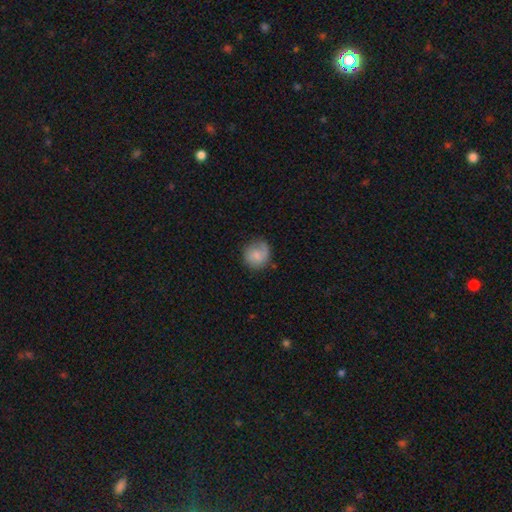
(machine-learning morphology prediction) Overall: smooth (65%; featured or disk 28%). How rounded: round (84%). Merging: none (68%).